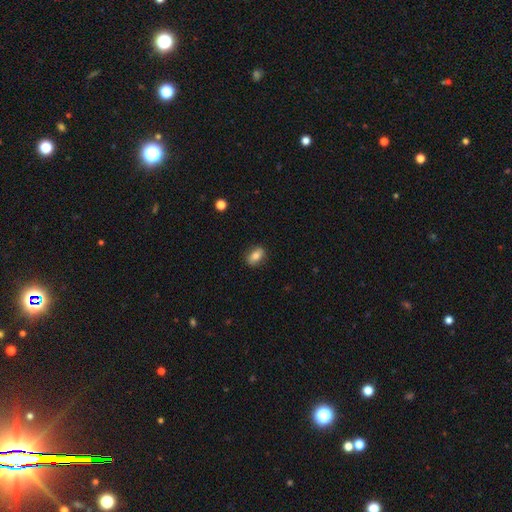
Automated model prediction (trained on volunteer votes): A smooth galaxy with no disk features (77%) that is in between round and cigar-shaped (83%).

Vote fractions:
- Smooth or featured? smooth: 77% / featured or disk: 15% / star or artifact: 8%
- How rounded? in between: 83% / round: 11% / cigar-shaped: 6%
- Merging? none: 86% / minor disturbance: 10% / major disturbance: 2% / merger: 1%